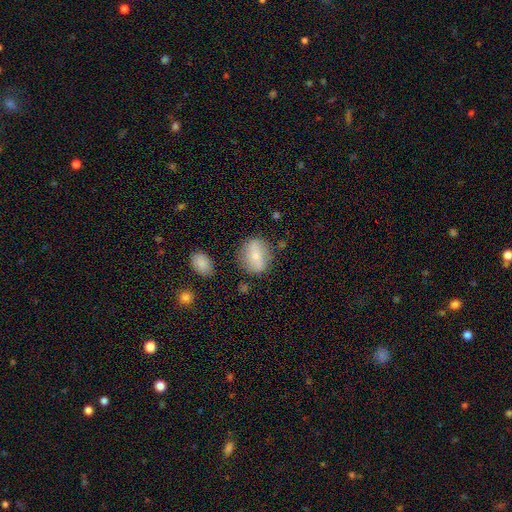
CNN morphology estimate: A smooth galaxy with no disk features (58%) that is round (51%). Merging: none (73%).